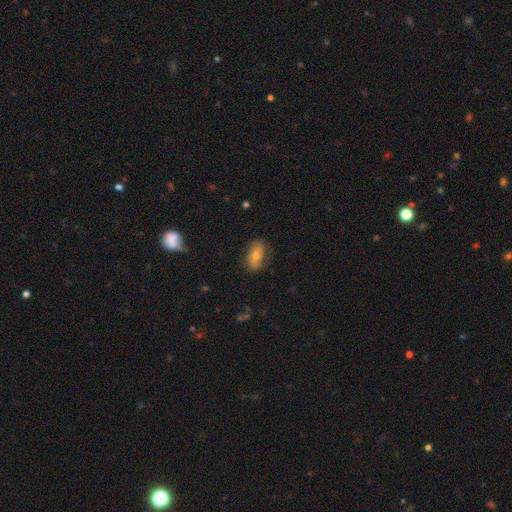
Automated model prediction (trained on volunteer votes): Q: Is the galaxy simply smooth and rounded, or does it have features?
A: smooth — 49%.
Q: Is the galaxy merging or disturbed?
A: none — 77%.